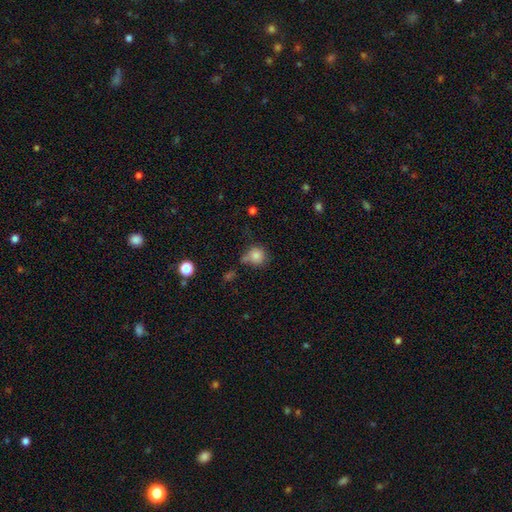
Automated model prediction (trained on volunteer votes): smooth 82%, star or artifact 11%, featured or disk 7%. Down the decision tree: how rounded — round (87%); merging — none (56%).